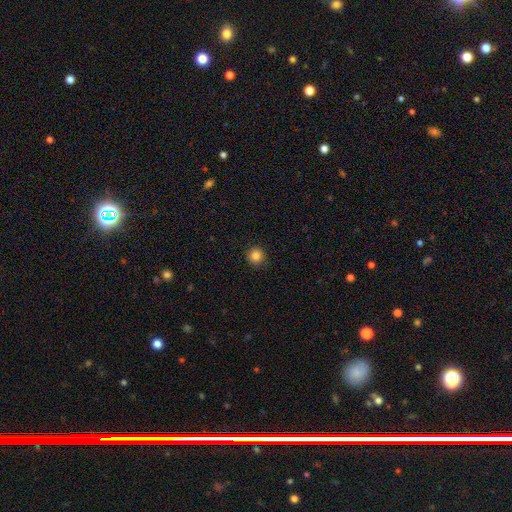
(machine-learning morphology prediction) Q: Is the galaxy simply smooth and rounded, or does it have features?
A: smooth — 84%.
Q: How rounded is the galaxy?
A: round — 94%.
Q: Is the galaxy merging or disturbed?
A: none — 90%.